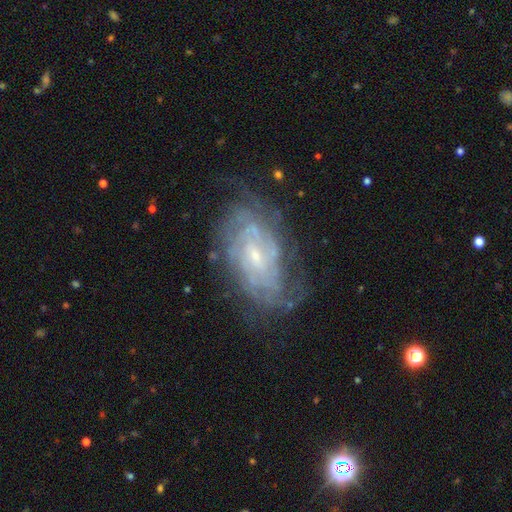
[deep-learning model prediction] Q: Smooth or featured?
A: featured or disk (84%); runner-up: smooth (9%)
Q: Edge-on disk?
A: no (95%); runner-up: yes (5%)
Q: Bar?
A: weak (47%); runner-up: no (41%)
Q: Spiral arms?
A: yes (93%); runner-up: no (7%)
Q: Spiral winding?
A: tight (69%); runner-up: medium (25%)
Q: Spiral arm count?
A: can't tell (48%); runner-up: 4 (14%)
Q: Bulge size?
A: small (71%); runner-up: moderate (22%)
Q: Merging?
A: none (68%); runner-up: minor disturbance (20%)